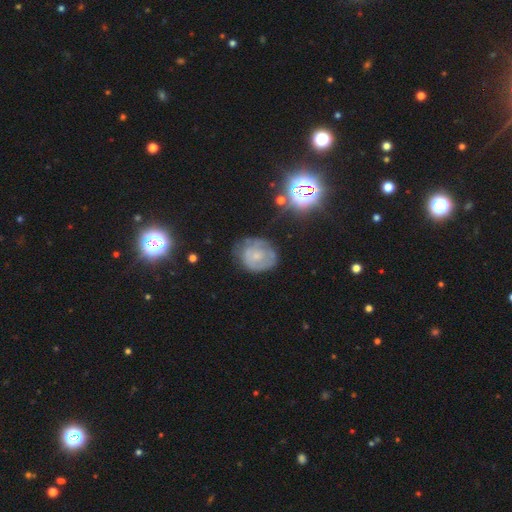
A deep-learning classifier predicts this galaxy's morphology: Smooth or featured? Predicted: featured or disk (p=0.53). Edge-on disk? Predicted: no (p=0.97). Bar? Predicted: no (p=0.76). Spiral arms? Predicted: yes (p=0.57). Bulge size? Predicted: small (p=0.61). Merging? Predicted: none (p=0.56).